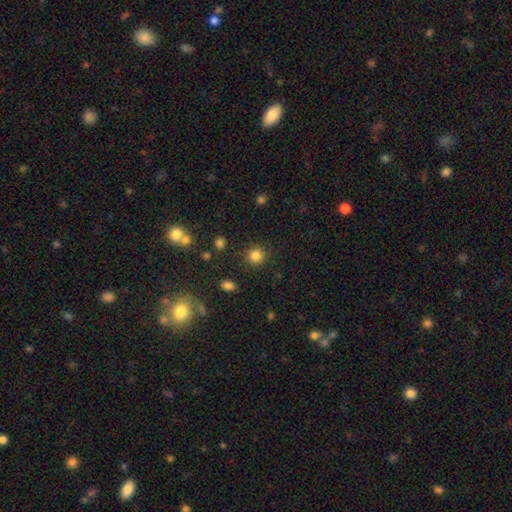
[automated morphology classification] Smooth or featured: smooth — 84% (star or artifact — 12%)
How rounded: round — 91% (in between — 8%)
Merging: none — 86% (minor disturbance — 8%)